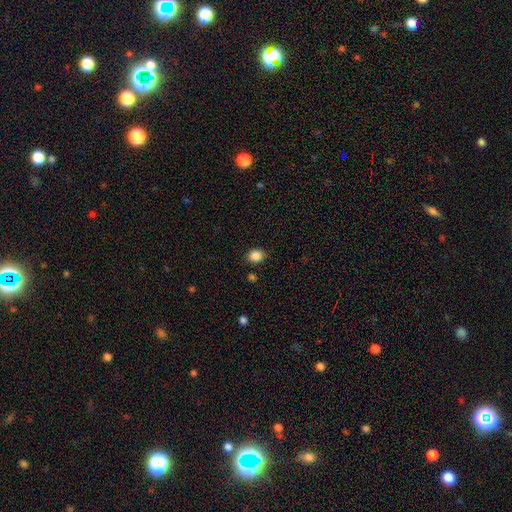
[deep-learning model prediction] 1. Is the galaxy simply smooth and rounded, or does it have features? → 86% smooth, 10% star or artifact, 4% featured or disk.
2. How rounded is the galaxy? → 55% round, 44% in between, 1% cigar-shaped.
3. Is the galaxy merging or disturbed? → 85% none, 11% minor disturbance, 3% major disturbance, 2% merger.